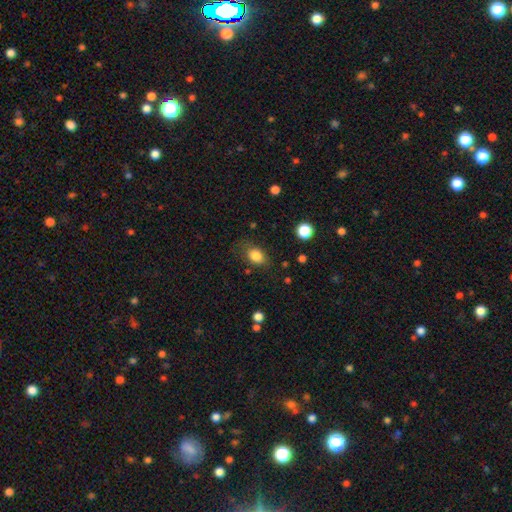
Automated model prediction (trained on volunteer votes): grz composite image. It shows a smooth galaxy with no disk features (84%) that is in between round and cigar-shaped (70%). Merging: none (72%).